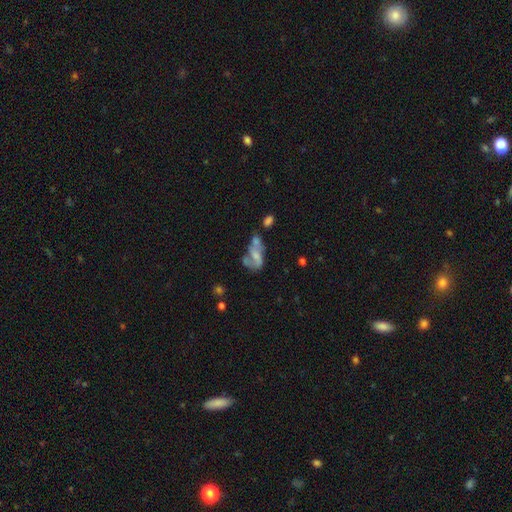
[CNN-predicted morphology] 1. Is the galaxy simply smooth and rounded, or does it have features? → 49% featured or disk, 40% smooth, 12% star or artifact.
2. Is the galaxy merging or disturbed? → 36% merger, 24% major disturbance, 23% none, 17% minor disturbance.